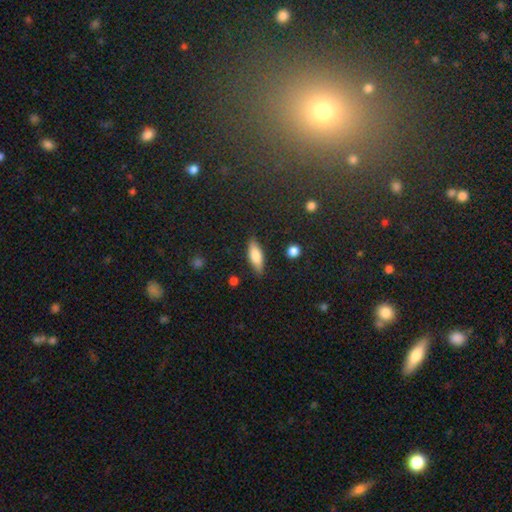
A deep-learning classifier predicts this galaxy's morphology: A smooth galaxy with no disk features (77%) that is in between round and cigar-shaped (64%). Merging: none (82%).